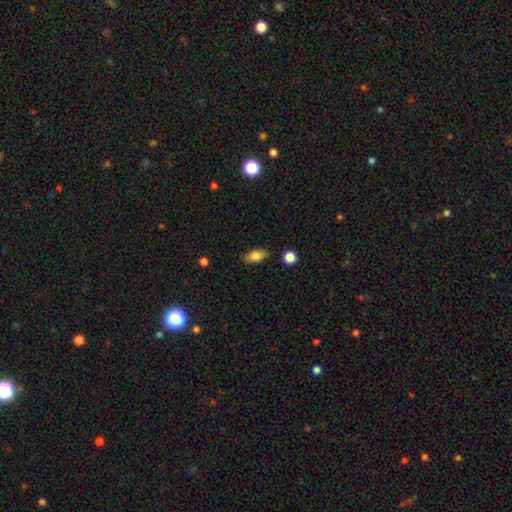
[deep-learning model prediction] A smooth galaxy with no disk features (81%) that is in between round and cigar-shaped (88%). Merging: none (85%).